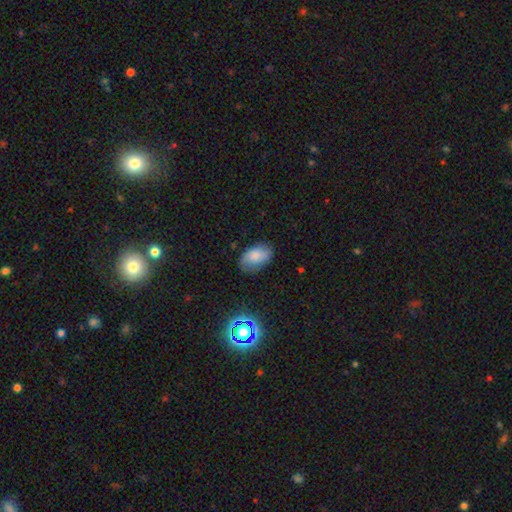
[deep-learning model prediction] smooth 77%, featured or disk 13%, star or artifact 10%. Down the decision tree: how rounded — in between (91%); merging — none (73%).